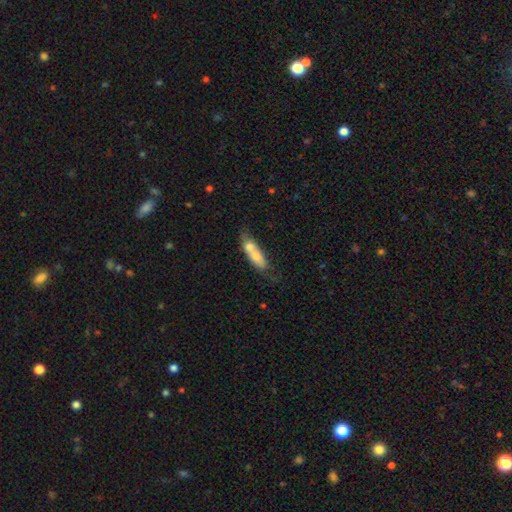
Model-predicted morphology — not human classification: Q: Smooth or featured?
A: smooth (61%); runner-up: featured or disk (32%)
Q: How rounded?
A: in between (55%); runner-up: cigar-shaped (40%)
Q: Merging?
A: merger (58%); runner-up: none (24%)